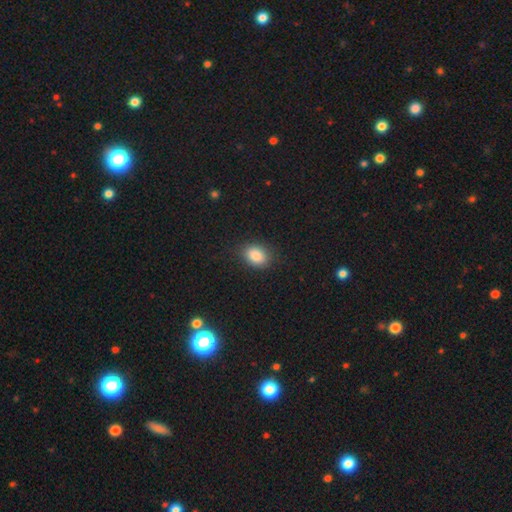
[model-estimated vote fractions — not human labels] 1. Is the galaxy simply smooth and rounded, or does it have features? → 86% smooth, 9% star or artifact, 5% featured or disk.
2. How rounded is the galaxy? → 72% in between, 26% round, 1% cigar-shaped.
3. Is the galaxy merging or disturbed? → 85% none, 11% minor disturbance, 3% major disturbance, 1% merger.